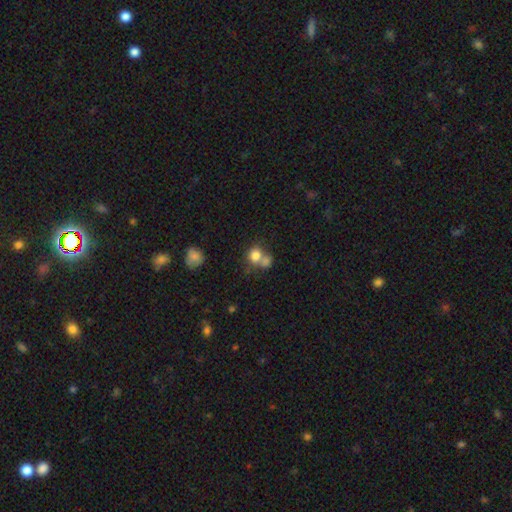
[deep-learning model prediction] Q: Smooth or featured?
A: smooth (79%); runner-up: featured or disk (11%)
Q: How rounded?
A: round (71%); runner-up: in between (28%)
Q: Merging?
A: merger (50%); runner-up: none (35%)